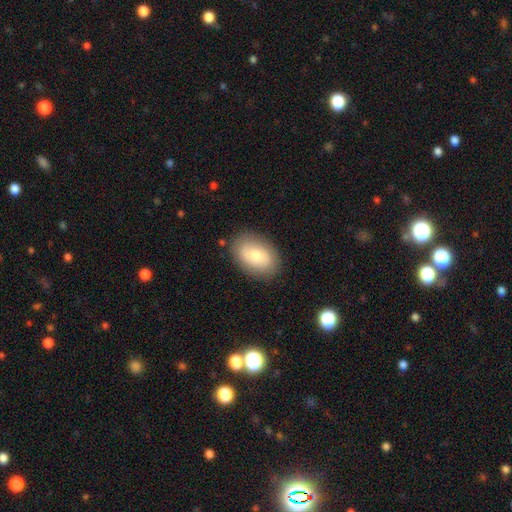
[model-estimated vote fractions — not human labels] Smooth or featured: smooth — 70% (featured or disk — 23%)
How rounded: in between — 84% (round — 15%)
Merging: none — 83% (minor disturbance — 12%)